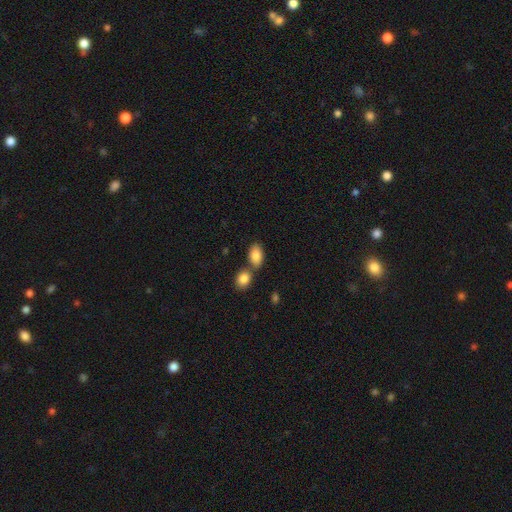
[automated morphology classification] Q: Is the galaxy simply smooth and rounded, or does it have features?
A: smooth — 86%.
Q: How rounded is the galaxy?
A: in between — 90%.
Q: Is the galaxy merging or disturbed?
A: none — 49%.